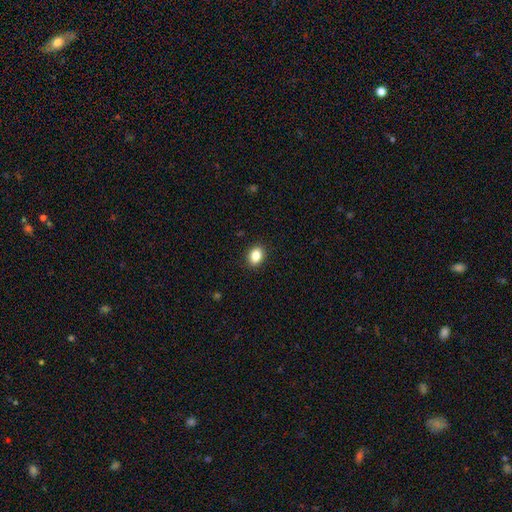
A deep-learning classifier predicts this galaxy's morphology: Smooth or featured?
  - smooth: 85% *
  - star or artifact: 9%
  - featured or disk: 5%
How rounded?
  - in between: 64% *
  - round: 35%
  - cigar-shaped: 1%
Merging?
  - none: 90% *
  - minor disturbance: 7%
  - major disturbance: 2%
  - merger: 1%